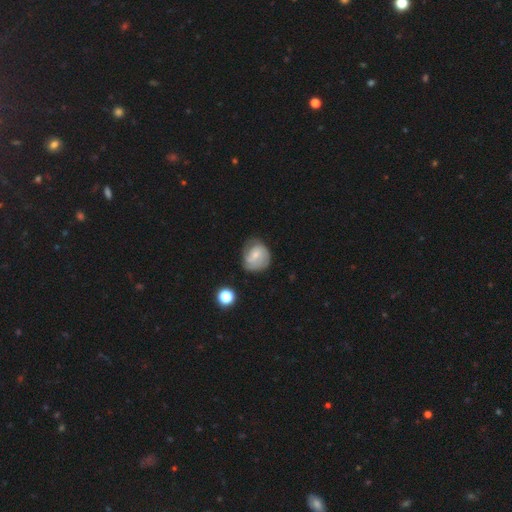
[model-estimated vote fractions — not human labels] This is possibly a featured or disk galaxy (58%). It is clearly not viewed edge-on (97%). Bar: possibly no (59%). Spiral arm pattern: clearly yes (85%). Central bulge: likely small (63%). Merging: possibly none (60%).